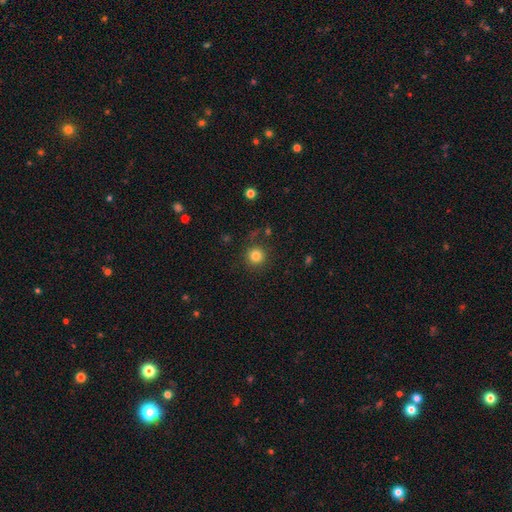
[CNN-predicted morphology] Smooth or featured: smooth — 82% (star or artifact — 12%)
How rounded: round — 95% (in between — 5%)
Merging: none — 85% (minor disturbance — 8%)